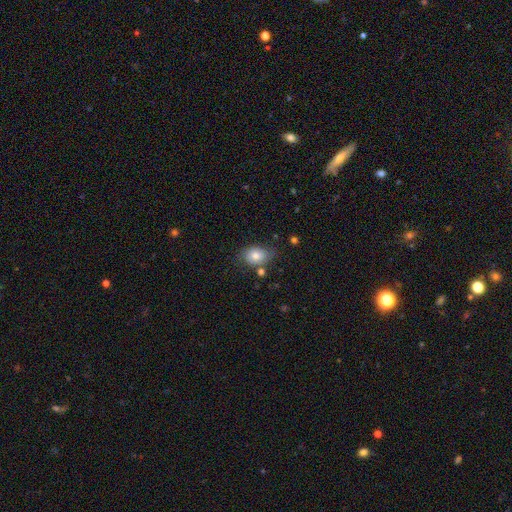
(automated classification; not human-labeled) Smooth or featured: smooth — 74% (featured or disk — 17%)
How rounded: in between — 70% (round — 29%)
Merging: none — 68% (minor disturbance — 21%)